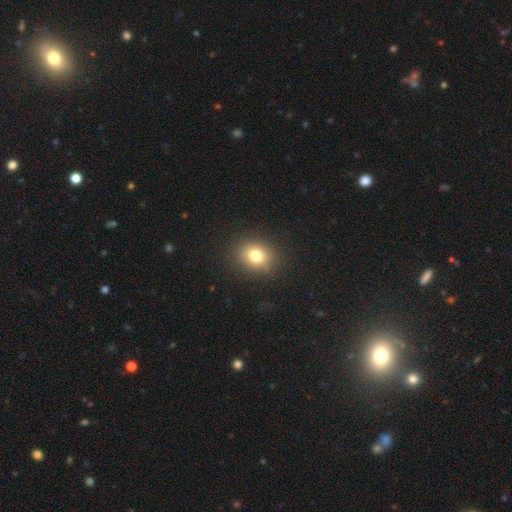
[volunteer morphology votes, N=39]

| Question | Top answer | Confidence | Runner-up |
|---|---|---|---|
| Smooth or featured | smooth | 77% | featured or disk (15%) |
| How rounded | round | 73% | in between (23%) |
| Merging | none | 89% | minor disturbance (8%) |